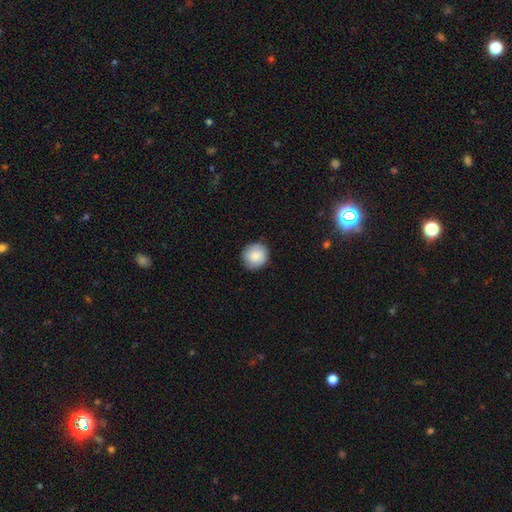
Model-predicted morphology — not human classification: Smooth or featured? smooth (84%)
How rounded? round (92%)
Merging? none (87%)